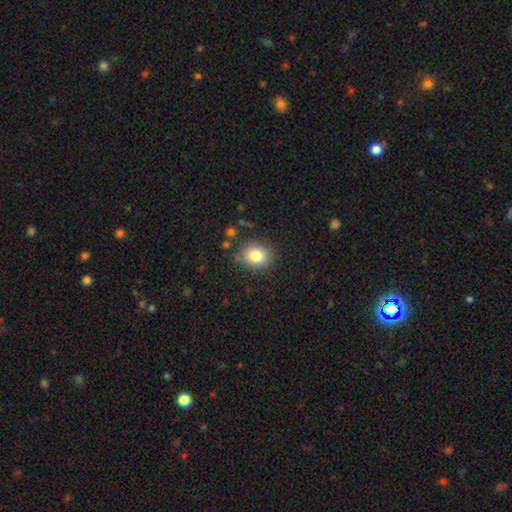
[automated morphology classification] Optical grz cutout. It shows a smooth galaxy with no disk features (81%) that is round (68%). Merging: none (83%).